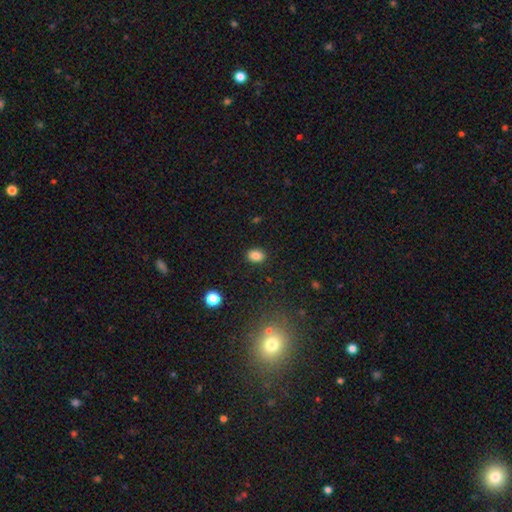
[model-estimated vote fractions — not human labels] A smooth galaxy with no disk features (84%) that is in between round and cigar-shaped (63%). Merging: none (89%).